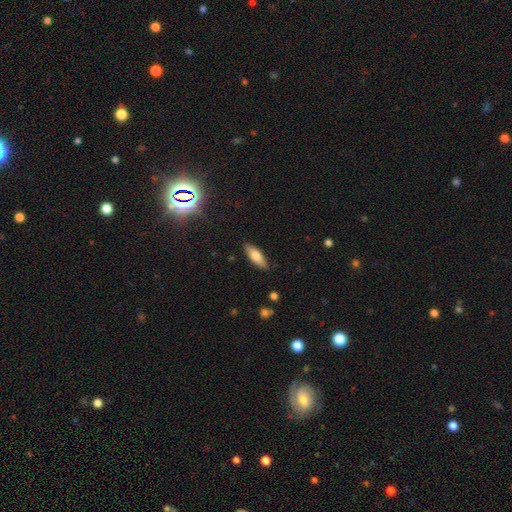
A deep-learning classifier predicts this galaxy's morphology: Overall: smooth (72%). How rounded: in between (58%; cigar-shaped 40%). Merging: none (87%).